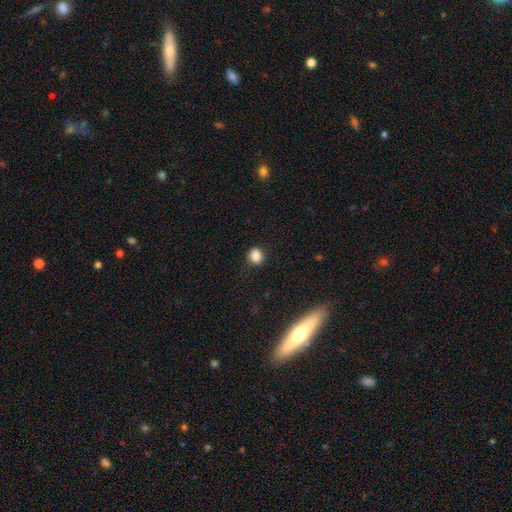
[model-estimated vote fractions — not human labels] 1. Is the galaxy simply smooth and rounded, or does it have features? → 85% smooth, 11% star or artifact, 4% featured or disk.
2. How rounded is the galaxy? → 78% round, 21% in between, 1% cigar-shaped.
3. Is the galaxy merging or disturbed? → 84% none, 11% minor disturbance, 3% major disturbance, 1% merger.